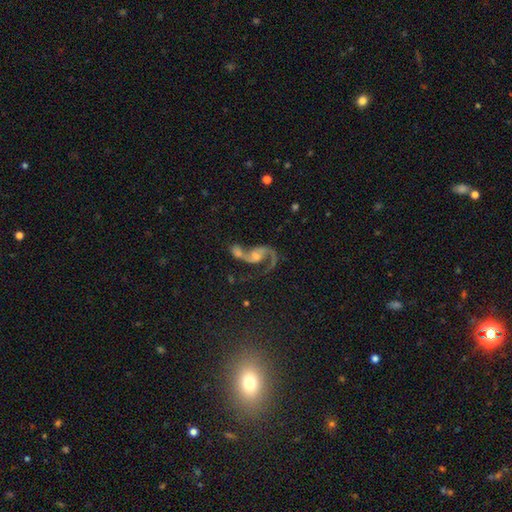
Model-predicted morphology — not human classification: smooth-or-featured: featured or disk: 85% | star or artifact: 9% | smooth: 7%
  disk-edge-on: no: 97% | yes: 3%
    bar: no: 55% | weak: 33% | strong: 12%
    has-spiral-arms: yes: 95% | no: 5%
      spiral-winding: loose: 49% | medium: 41% | tight: 10%
      spiral-arm-count: 2: 81% | 1: 14% | can't tell: 2% | 3: 1% | 4: 1% | more than 4: 1%
    bulge-size: moderate: 45% | small: 37% | none: 8% | large: 7% | dominant: 2%
  merging: merger: 36% (tied) | none: 36% (tied) | major disturbance: 16% | minor disturbance: 12%